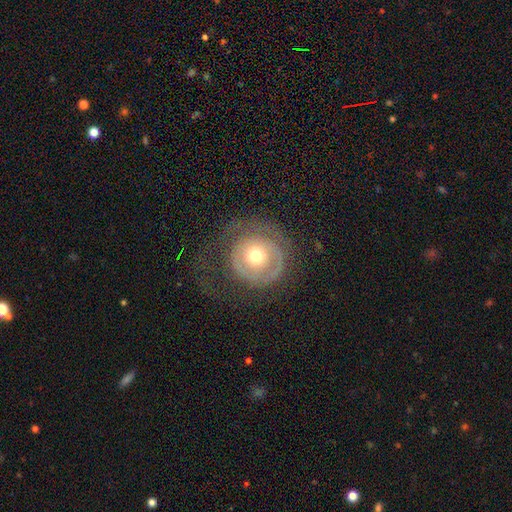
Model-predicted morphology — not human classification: A featured or disk galaxy (54%) with no bar (87%), spiral arms (53%) and a moderate central bulge (60%). Merging: none (50%).